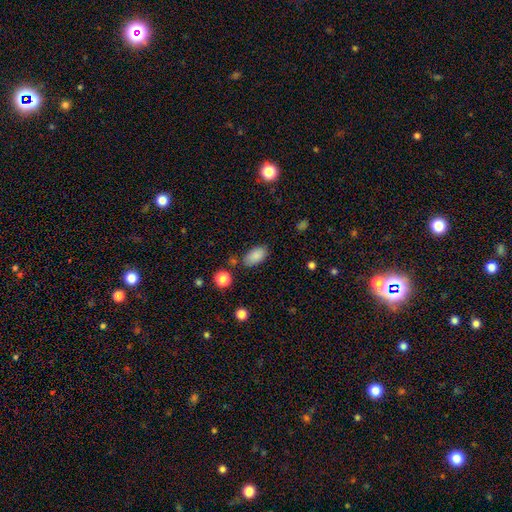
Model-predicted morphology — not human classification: A smooth galaxy with no disk features (86%) that is in between round and cigar-shaped (93%).

Vote fractions:
- Smooth or featured? smooth: 86% / star or artifact: 8% / featured or disk: 6%
- How rounded? in between: 93% / round: 5% / cigar-shaped: 2%
- Merging? none: 76% / minor disturbance: 16% / merger: 5% / major disturbance: 4%